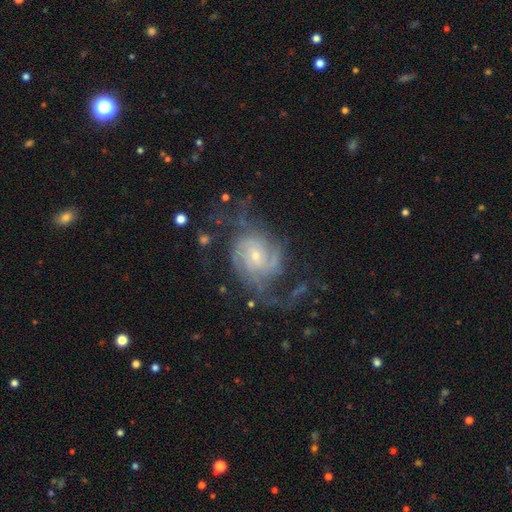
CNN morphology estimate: Smooth or featured? Predicted: featured or disk (p=0.86). Edge-on disk? Predicted: no (p=0.97). Bar? Predicted: no (p=0.64). Spiral arms? Predicted: yes (p=0.94). Spiral winding? Predicted: tight (p=0.43). Spiral arm count? Predicted: 2 (p=0.35). Bulge size? Predicted: small (p=0.68). Merging? Predicted: none (p=0.51).